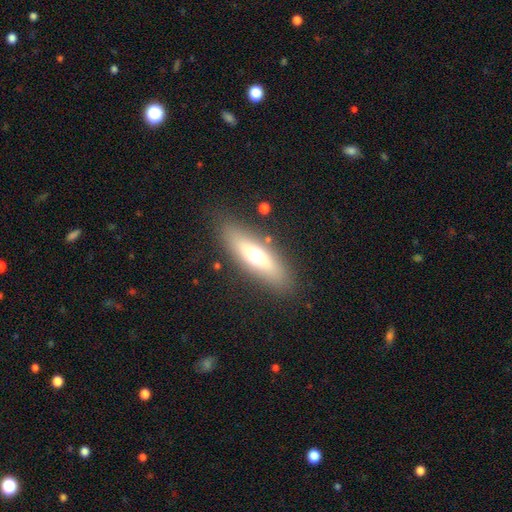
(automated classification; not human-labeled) smooth_or_featured: smooth (p=0.55) [alt: featured or disk p=0.38]
how_rounded: cigar-shaped (p=0.53) [alt: in between p=0.45]
merging: none (p=0.84) [alt: minor disturbance p=0.11]